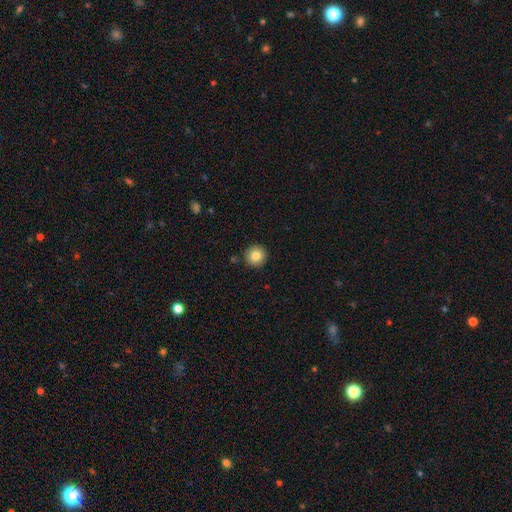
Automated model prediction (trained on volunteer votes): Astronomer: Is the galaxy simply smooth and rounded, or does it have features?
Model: smooth — 82%.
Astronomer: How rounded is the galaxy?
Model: round — 95%.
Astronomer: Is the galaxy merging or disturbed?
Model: none — 91%.